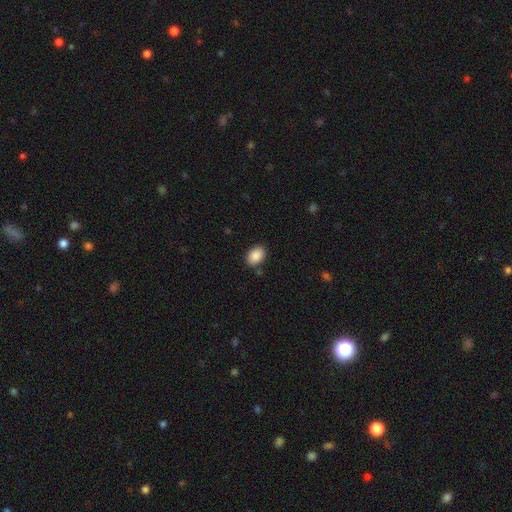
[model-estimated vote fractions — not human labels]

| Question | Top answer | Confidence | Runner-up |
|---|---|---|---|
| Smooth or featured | smooth | 89% | star or artifact (7%) |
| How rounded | in between | 82% | round (17%) |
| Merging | none | 85% | minor disturbance (10%) |